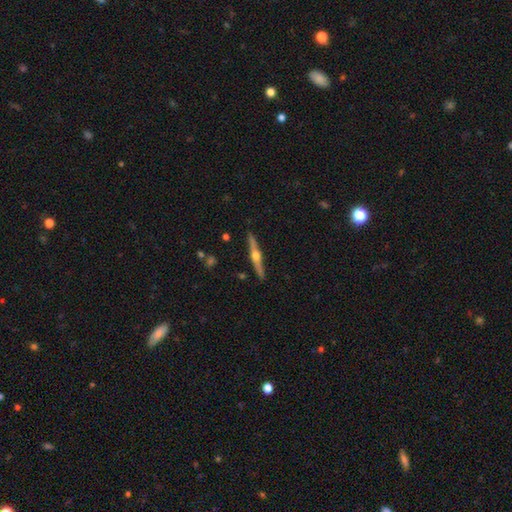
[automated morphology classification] The model was most divided on "smooth or featured": featured or disk: 79%, smooth: 16%, star or artifact: 5%. More confident: edge-on disk — yes (98%); edge-on bulge — rounded (96%); merging — none (90%).